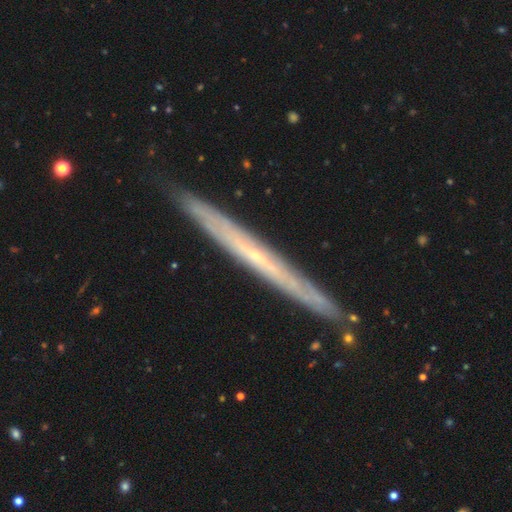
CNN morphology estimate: A featured or disk galaxy (75%) viewed edge-on (92%) with no central bulge (67%).

Vote fractions:
- Smooth or featured? featured or disk: 75% / smooth: 19% / star or artifact: 7%
- Edge-on disk? yes: 92% / no: 8%
- Edge-on bulge? none: 67% / rounded: 30% / boxy: 2%
- Merging? none: 88% / minor disturbance: 9% / major disturbance: 1% / merger: 1%